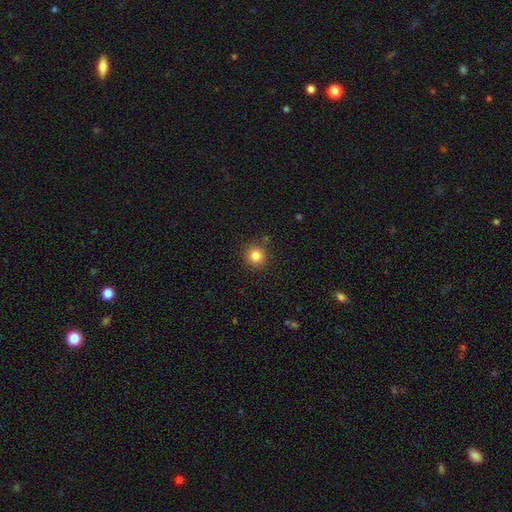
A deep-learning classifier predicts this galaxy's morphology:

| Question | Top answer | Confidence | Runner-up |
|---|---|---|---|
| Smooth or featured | smooth | 83% | star or artifact (12%) |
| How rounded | round | 92% | in between (7%) |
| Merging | none | 86% | minor disturbance (8%) |